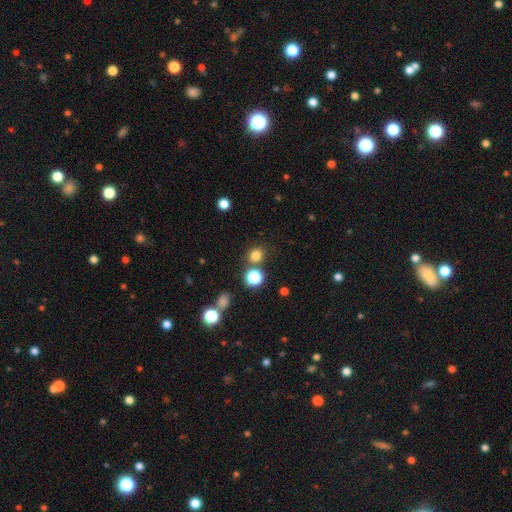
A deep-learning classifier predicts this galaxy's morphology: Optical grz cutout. It shows a smooth galaxy with no disk features (77%) that is round (85%). Merging: none (79%).